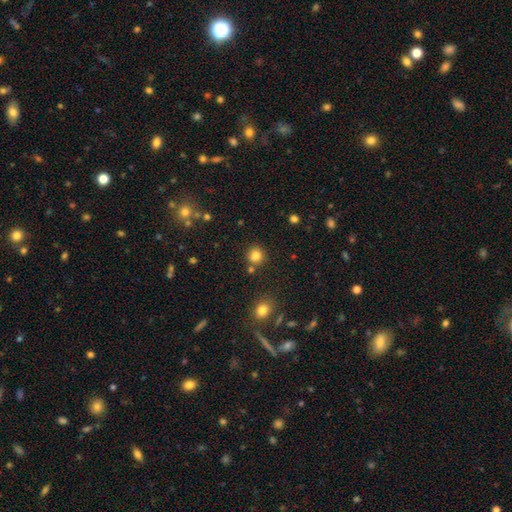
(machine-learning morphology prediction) type=smooth (82%); roundness=round (89%); merging=none (79%).